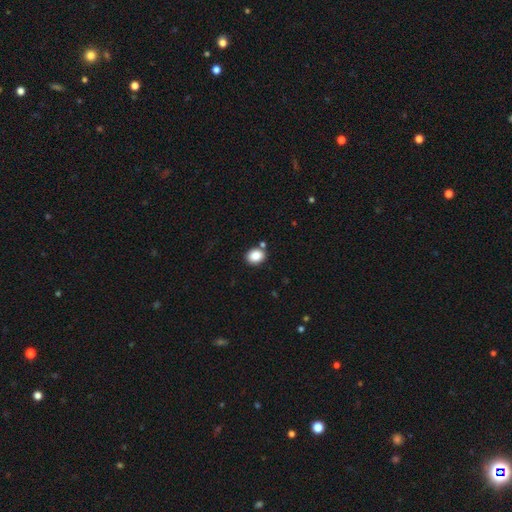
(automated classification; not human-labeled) smooth-or-featured: smooth: 87% | star or artifact: 9% | featured or disk: 4%
  how-rounded: round: 55% | in between: 44% | cigar-shaped: 1%
  merging: none: 79% | minor disturbance: 10% | merger: 9% | major disturbance: 3%